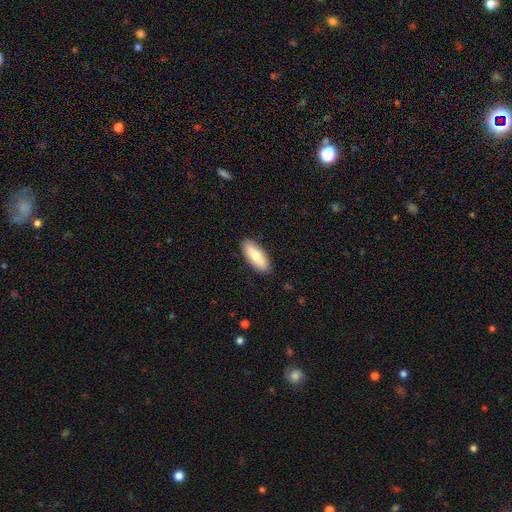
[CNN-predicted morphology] smooth_or_featured: smooth (p=0.72) [alt: featured or disk p=0.23]
how_rounded: in between (p=0.80) [alt: cigar-shaped p=0.18]
merging: none (p=0.89) [alt: minor disturbance p=0.09]